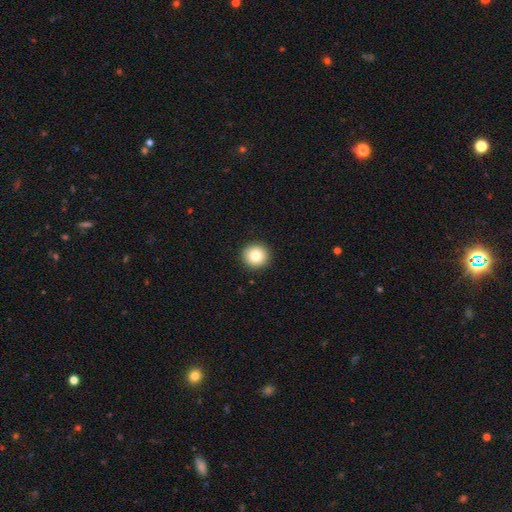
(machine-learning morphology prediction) Smooth or featured?
  - smooth: 82% *
  - star or artifact: 10%
  - featured or disk: 8%
How rounded?
  - round: 93% *
  - in between: 6%
  - cigar-shaped: 1%
Merging?
  - none: 93% *
  - minor disturbance: 5%
  - major disturbance: 2%
  - merger: 1%